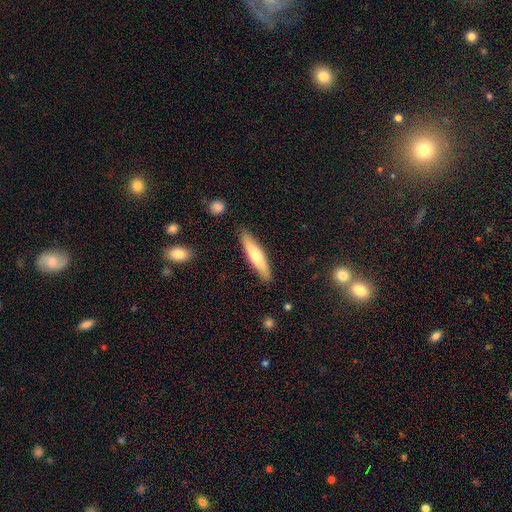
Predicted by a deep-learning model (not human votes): Morphology: type=smooth (62%); roundness=cigar-shaped (81%); merging=none (88%).